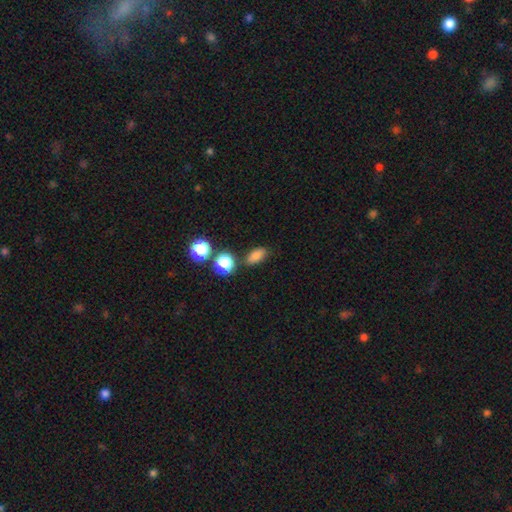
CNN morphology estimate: This is clearly a smooth galaxy (81%). How rounded: likely in between (77%). Merging: likely none (77%).